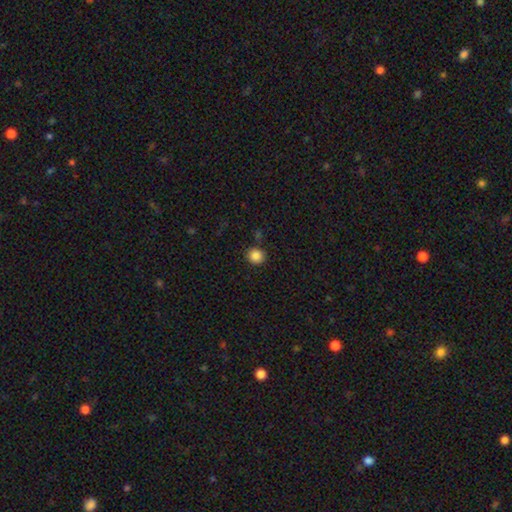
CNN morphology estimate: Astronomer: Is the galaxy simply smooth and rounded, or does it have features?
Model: smooth — 86%.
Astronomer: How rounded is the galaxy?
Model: round — 90%.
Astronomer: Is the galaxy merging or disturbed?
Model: none — 84%.